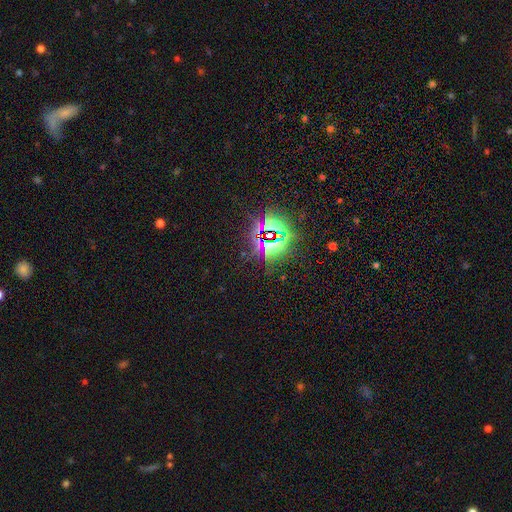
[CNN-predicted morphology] This appears to be a star or artifact, not a galaxy (83%).